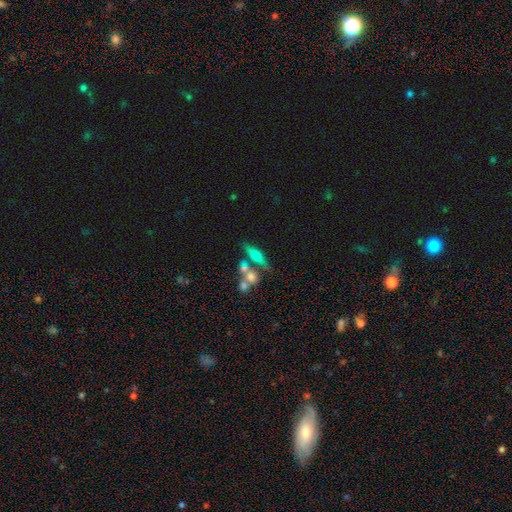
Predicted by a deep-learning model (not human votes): A smooth galaxy with no disk features (46%). Merging: none (51%).